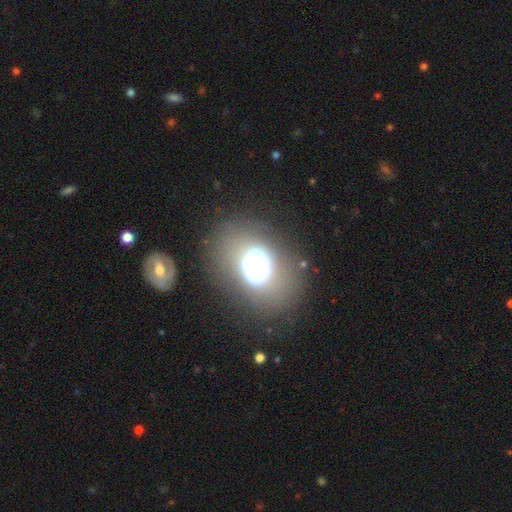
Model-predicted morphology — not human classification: A smooth galaxy with no disk features (55%) that is in between round and cigar-shaped (62%).

Vote fractions:
- Smooth or featured? smooth: 55% / featured or disk: 26% / star or artifact: 19%
- How rounded? in between: 62% / round: 37% / cigar-shaped: 2%
- Merging? none: 60% / minor disturbance: 17% / major disturbance: 15% / merger: 8%